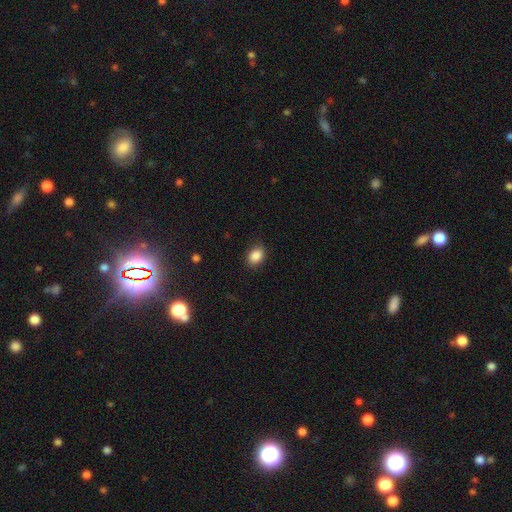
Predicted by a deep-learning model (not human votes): A smooth galaxy with no disk features (87%) that is in between round and cigar-shaped (64%).

Vote fractions:
- Smooth or featured? smooth: 87% / star or artifact: 9% / featured or disk: 4%
- How rounded? in between: 64% / round: 35% / cigar-shaped: 1%
- Merging? none: 85% / minor disturbance: 11% / major disturbance: 3% / merger: 1%